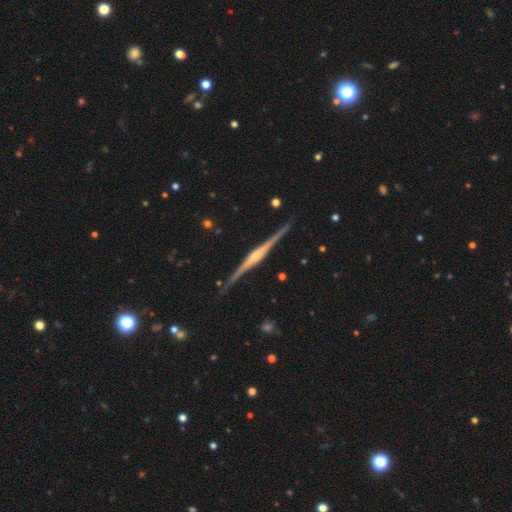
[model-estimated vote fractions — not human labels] Overall: featured or disk (89%). Edge-on disk: yes (99%). Edge-on bulge: rounded (83%). Merging: none (90%).